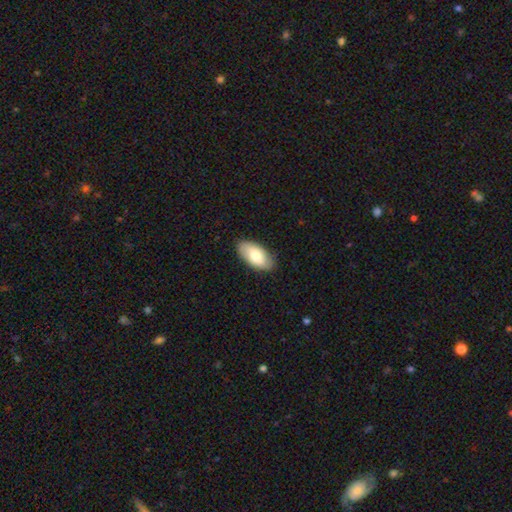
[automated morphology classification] This is likely a smooth galaxy (75%). How rounded: clearly in between (94%). Merging: clearly none (87%).